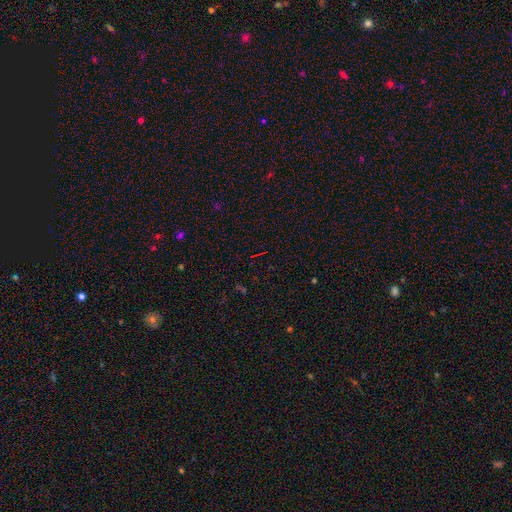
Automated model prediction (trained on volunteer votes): Smooth or featured: star or artifact — 74% (smooth — 15%)